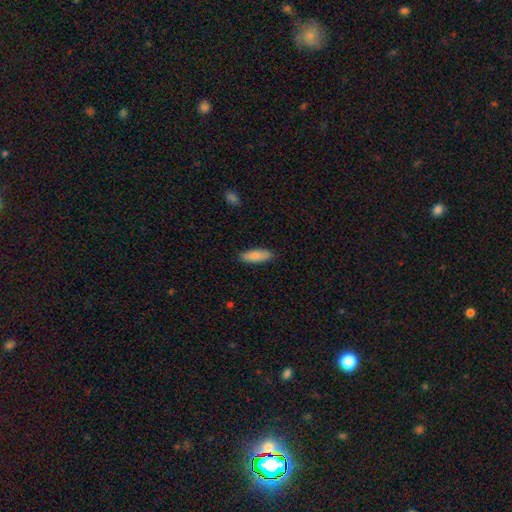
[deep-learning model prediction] Smooth or featured? smooth (87%)
How rounded? in between (66%)
Merging? none (88%)